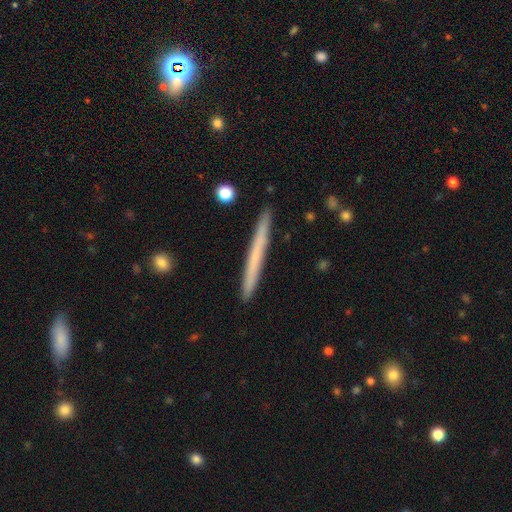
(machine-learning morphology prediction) Smooth or featured? Predicted: smooth (p=0.55). How rounded? Predicted: cigar-shaped (p=0.97). Merging? Predicted: none (p=0.91).